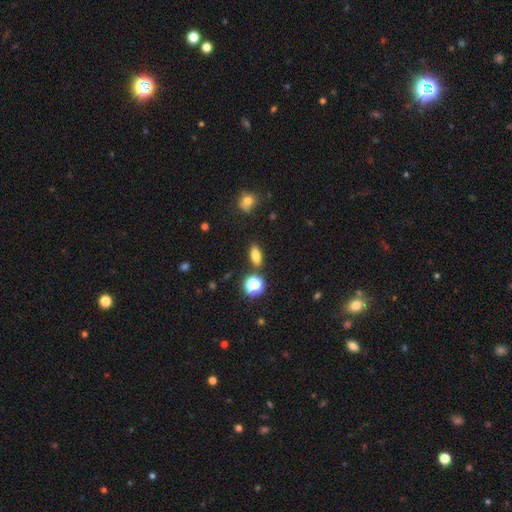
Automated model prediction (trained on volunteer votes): This is likely a smooth galaxy (75%). How rounded: likely in between (74%). Merging: clearly none (84%).